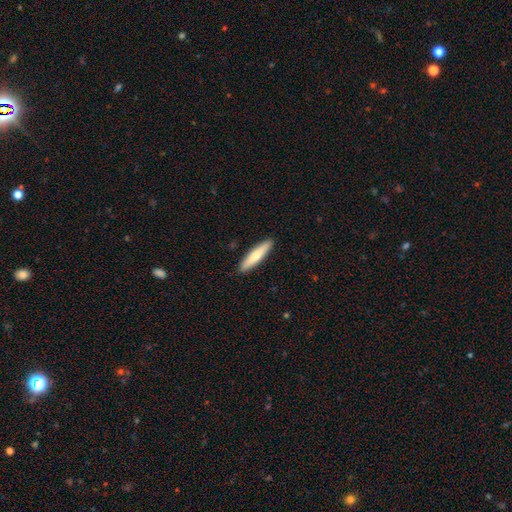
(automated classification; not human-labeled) Smooth or featured?
  - smooth: 65% *
  - featured or disk: 30%
  - star or artifact: 5%
How rounded?
  - cigar-shaped: 84% *
  - in between: 15%
  - round: 1%
Merging?
  - none: 91% *
  - minor disturbance: 7%
  - major disturbance: 1%
  - merger: 1%